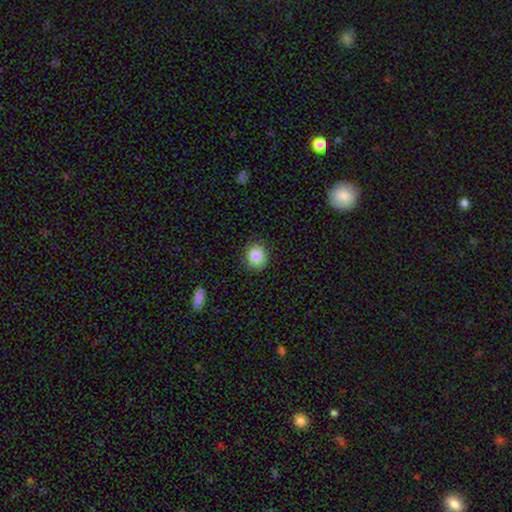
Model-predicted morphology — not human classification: A smooth galaxy with no disk features (87%) that is round (70%). Merging: none (87%).